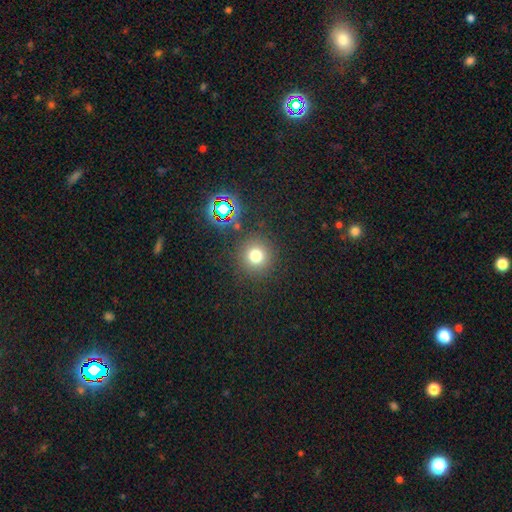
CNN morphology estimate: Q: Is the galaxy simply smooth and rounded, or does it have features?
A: smooth — 72%.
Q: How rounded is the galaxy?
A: round — 95%.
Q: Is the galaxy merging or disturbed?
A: none — 87%.